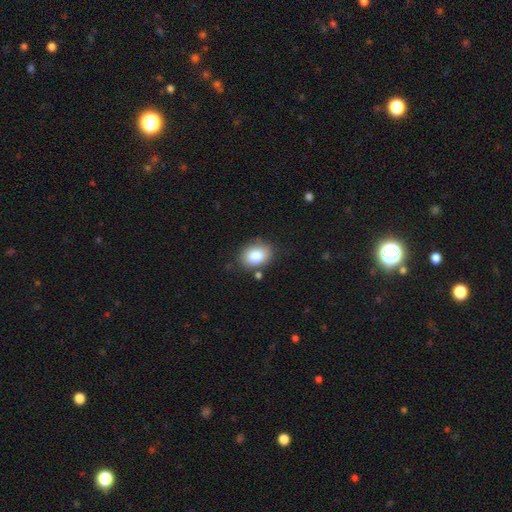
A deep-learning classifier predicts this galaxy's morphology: smooth 85%, featured or disk 8%, star or artifact 8%. Down the decision tree: how rounded — in between (69%); merging — none (78%).